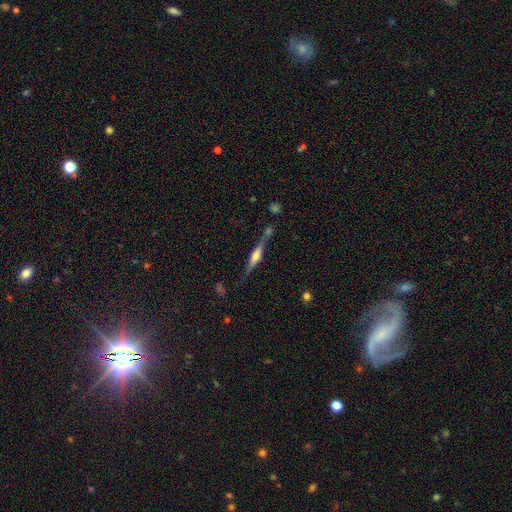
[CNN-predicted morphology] Overall: featured or disk (76%). Edge-on disk: yes (97%). Edge-on bulge: rounded (77%). Merging: none (77%).